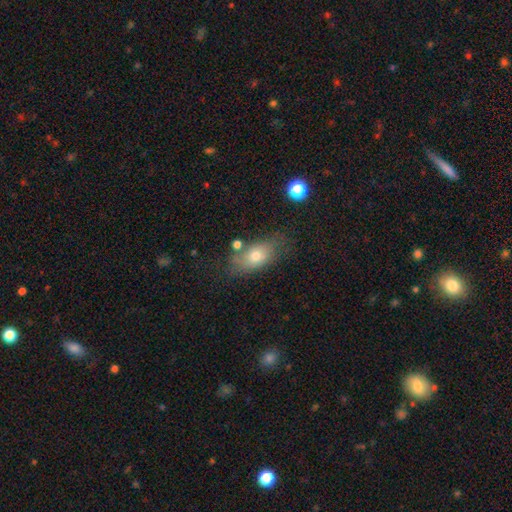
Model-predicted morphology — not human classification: The model was most divided on "merging": none: 63%, minor disturbance: 22%, major disturbance: 8%, merger: 7%. More confident: how rounded — in between (82%); smooth or featured — smooth (69%).